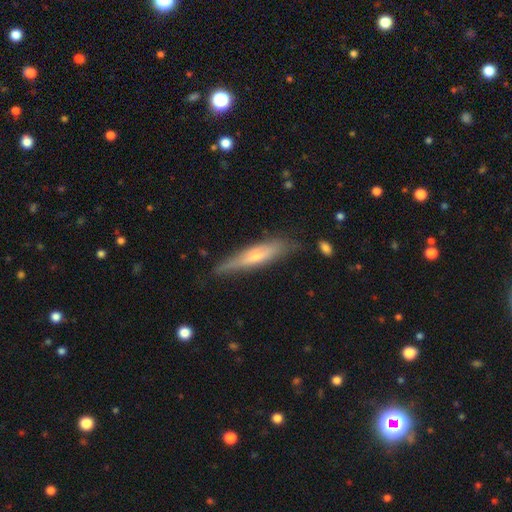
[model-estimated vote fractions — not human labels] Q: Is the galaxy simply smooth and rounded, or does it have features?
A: featured or disk — 49%.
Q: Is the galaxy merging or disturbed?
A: none — 75%.